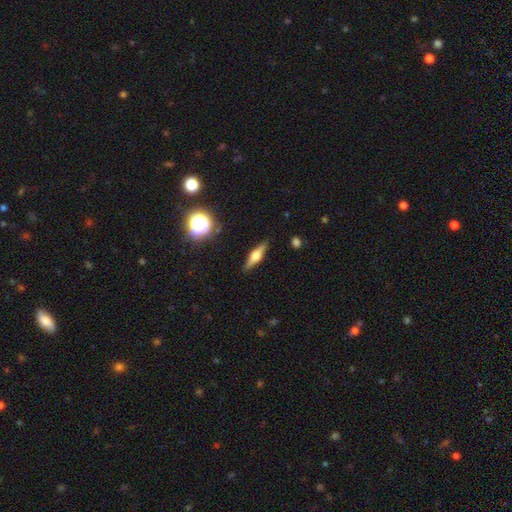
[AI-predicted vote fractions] Smooth or featured? featured or disk (64%)
Edge-on disk? yes (96%)
Edge-on bulge? rounded (91%)
Merging? none (88%)